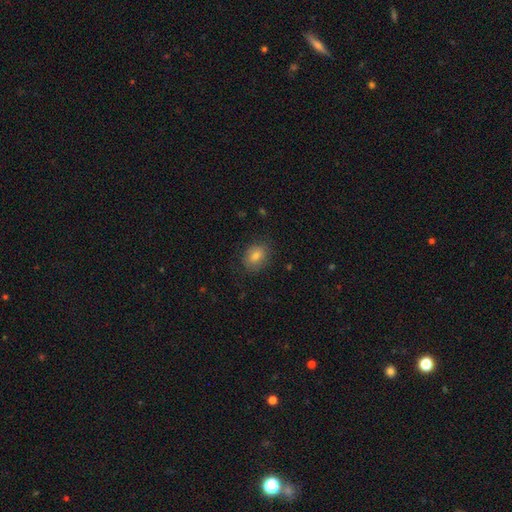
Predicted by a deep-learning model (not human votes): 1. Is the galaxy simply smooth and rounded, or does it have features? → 76% smooth, 13% featured or disk, 11% star or artifact.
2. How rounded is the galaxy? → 60% in between, 39% round, 1% cigar-shaped.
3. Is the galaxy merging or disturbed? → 81% none, 14% minor disturbance, 4% major disturbance, 1% merger.